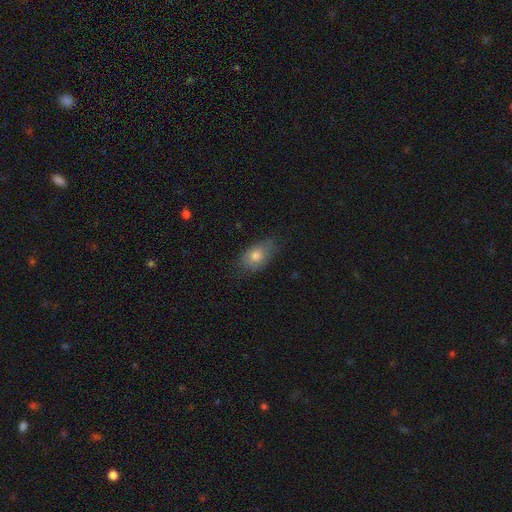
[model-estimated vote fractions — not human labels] Morphology: type=smooth (76%); roundness=in between (84%); merging=none (66%).